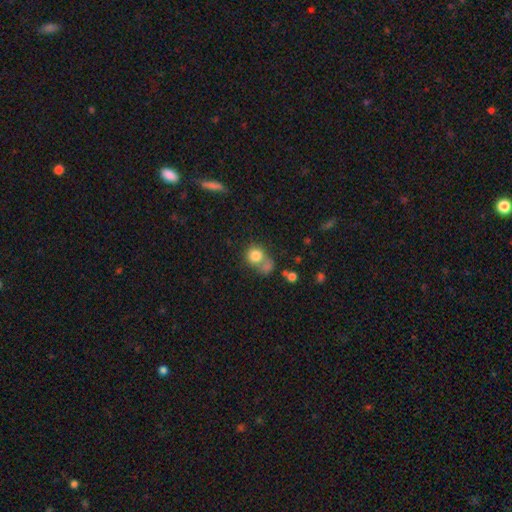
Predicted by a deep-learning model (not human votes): A smooth galaxy with no disk features (80%) that is round (80%). Merging: none (42%).